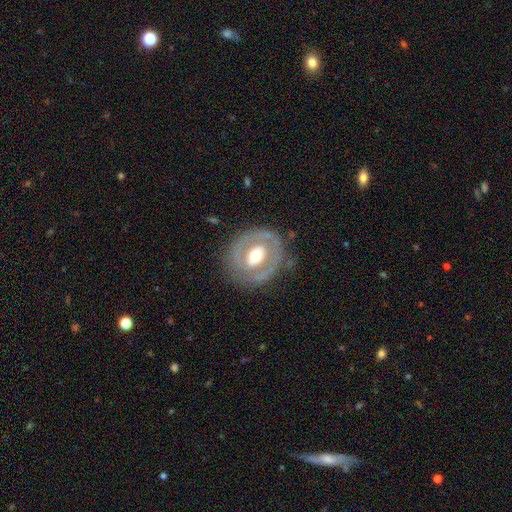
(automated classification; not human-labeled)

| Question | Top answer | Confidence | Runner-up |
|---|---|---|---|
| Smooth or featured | featured or disk | 64% | smooth (30%) |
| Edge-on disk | no | 94% | yes (6%) |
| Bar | no | 52% | weak (29%) |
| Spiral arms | no | 74% | yes (26%) |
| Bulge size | moderate | 67% | large (20%) |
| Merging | none | 76% | minor disturbance (15%) |